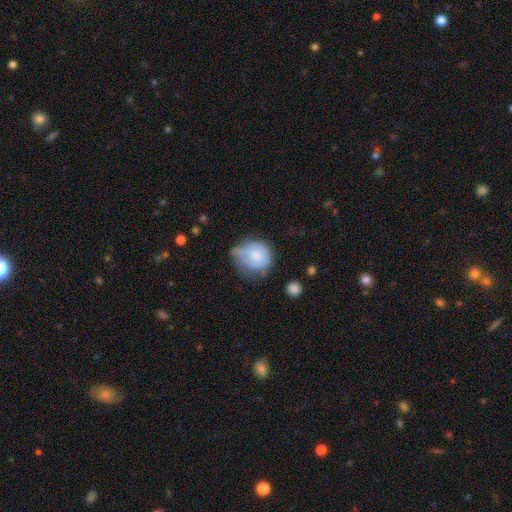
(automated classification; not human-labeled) Smooth or featured?
  - smooth: 69% *
  - featured or disk: 24%
  - star or artifact: 7%
How rounded?
  - round: 73% *
  - in between: 26%
  - cigar-shaped: 1%
Merging?
  - minor disturbance: 42% *
  - none: 30%
  - major disturbance: 23%
  - merger: 5%